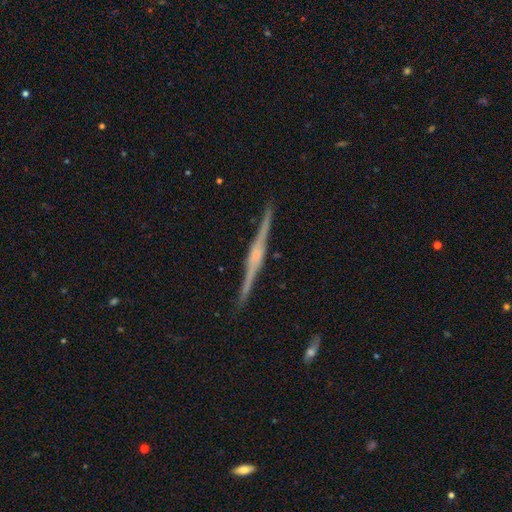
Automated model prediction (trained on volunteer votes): Smooth or featured? featured or disk (86%)
Edge-on disk? yes (98%)
Edge-on bulge? rounded (51%)
Merging? none (92%)